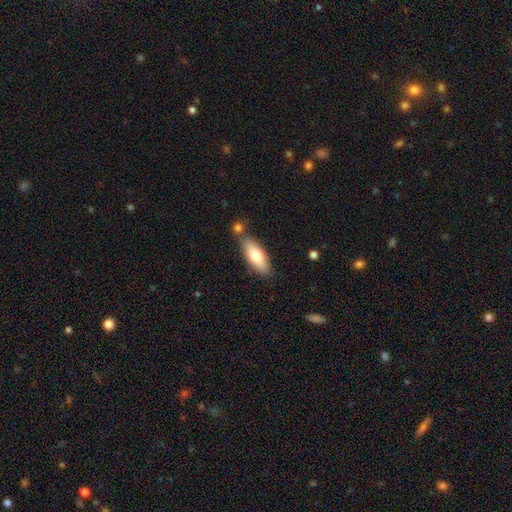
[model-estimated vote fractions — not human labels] A smooth galaxy with no disk features (72%) that is in between round and cigar-shaped (73%).

Vote fractions:
- Smooth or featured? smooth: 72% / featured or disk: 22% / star or artifact: 6%
- How rounded? in between: 73% / cigar-shaped: 25% / round: 2%
- Merging? none: 71% / minor disturbance: 14% / merger: 12% / major disturbance: 3%